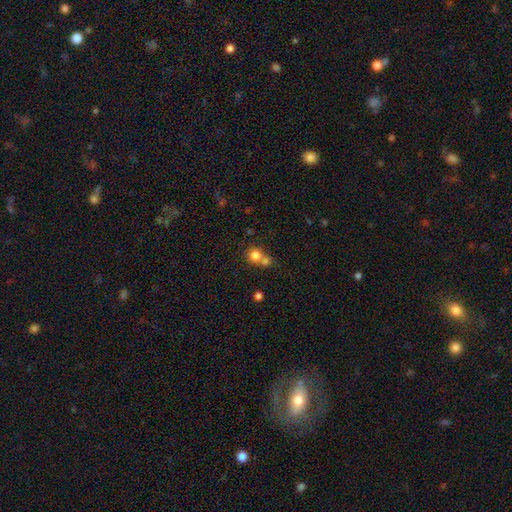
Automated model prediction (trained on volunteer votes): Smooth or featured? smooth (77%)
How rounded? round (87%)
Merging? merger (49%)